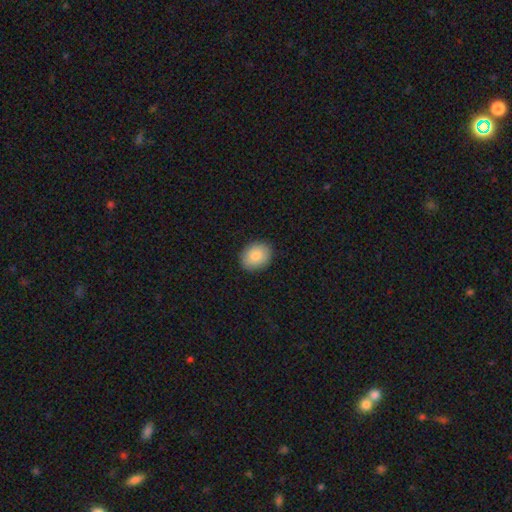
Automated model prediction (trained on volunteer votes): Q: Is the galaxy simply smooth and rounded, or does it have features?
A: smooth — 86%.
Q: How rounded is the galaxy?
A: in between — 56%.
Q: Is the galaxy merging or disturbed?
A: none — 89%.